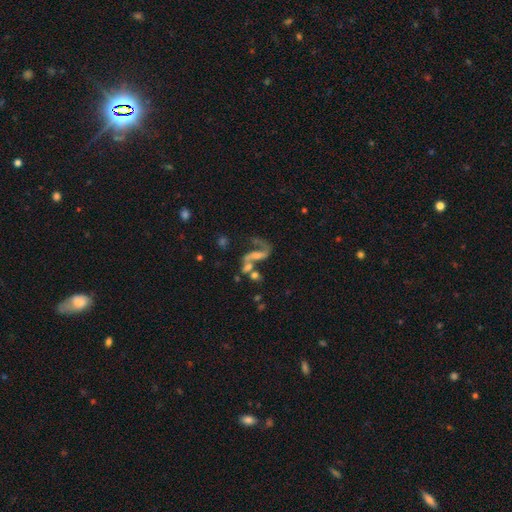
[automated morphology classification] Smooth or featured? featured or disk (66%)
Edge-on disk? no (92%)
Bar? no (42%)
Spiral arms? yes (75%)
Bulge size? none (42%)
Merging? merger (33%)